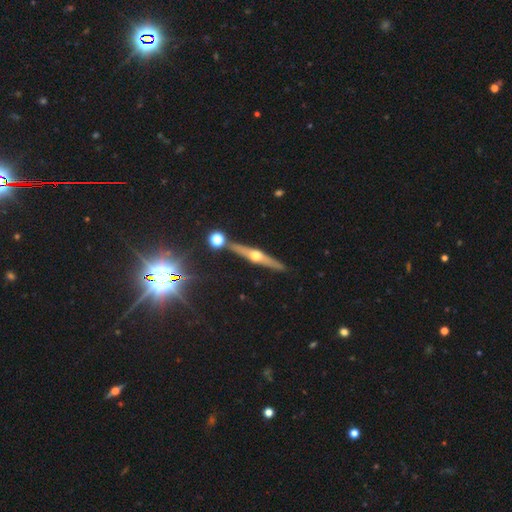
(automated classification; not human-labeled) smooth-or-featured: featured or disk: 71% | smooth: 21% | star or artifact: 8%
  disk-edge-on: yes: 96% | no: 4%
    edge-on-bulge: rounded: 94% | none: 3% | boxy: 2%
  merging: none: 85% | minor disturbance: 8% | merger: 5% | major disturbance: 2%